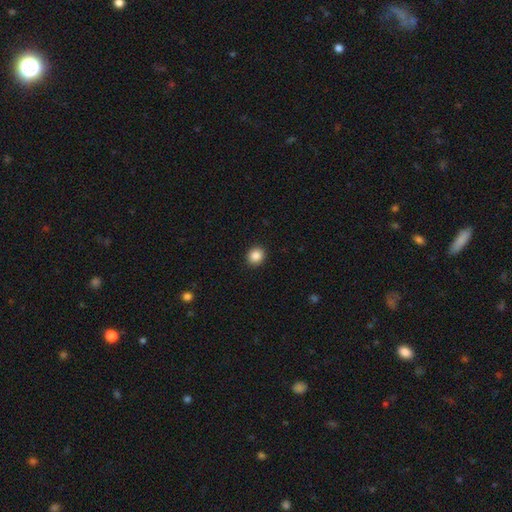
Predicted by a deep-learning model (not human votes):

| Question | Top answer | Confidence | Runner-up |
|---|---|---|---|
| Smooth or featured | smooth | 87% | star or artifact (9%) |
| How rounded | round | 78% | in between (21%) |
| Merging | none | 92% | minor disturbance (6%) |